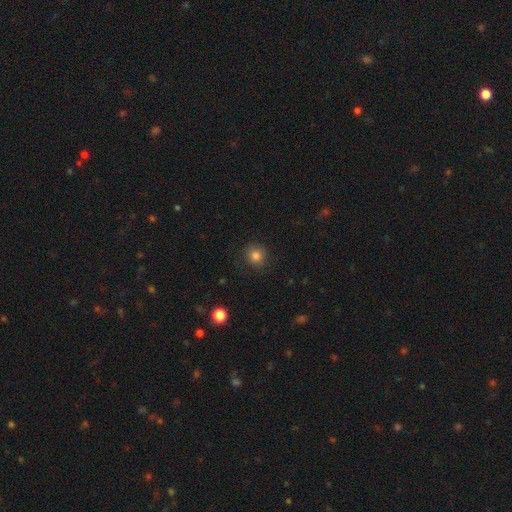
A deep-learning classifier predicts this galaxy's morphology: A smooth galaxy with no disk features (82%) that is round (87%). Merging: none (87%).